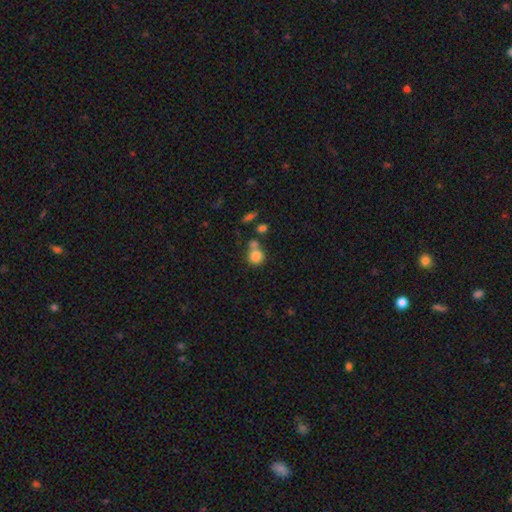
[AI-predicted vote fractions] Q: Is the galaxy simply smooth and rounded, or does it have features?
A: smooth — 82%.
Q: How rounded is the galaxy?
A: round — 81%.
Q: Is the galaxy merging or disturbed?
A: none — 48%.